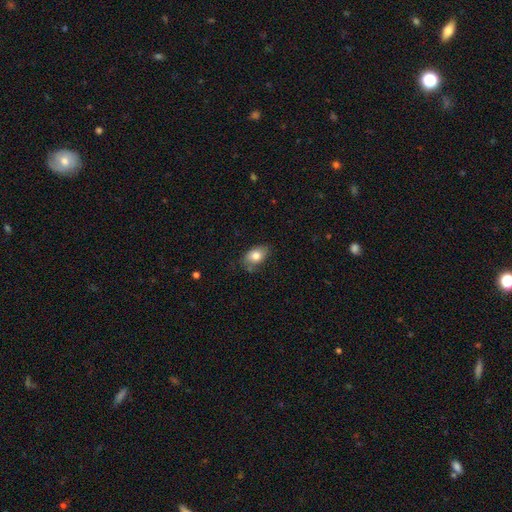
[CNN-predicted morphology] type=smooth (80%); roundness=in between (86%); merging=none (69%).